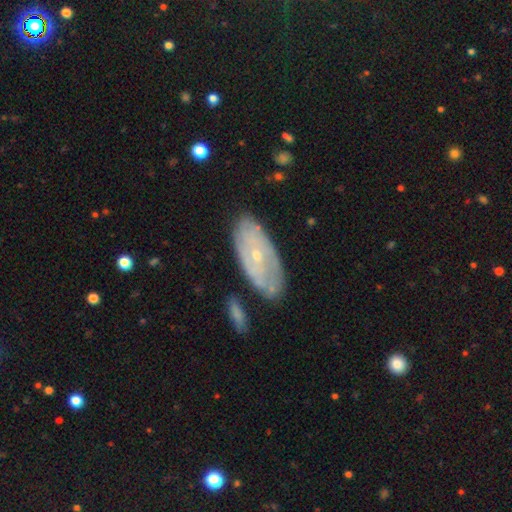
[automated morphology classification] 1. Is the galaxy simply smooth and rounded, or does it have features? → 69% featured or disk, 25% smooth, 6% star or artifact.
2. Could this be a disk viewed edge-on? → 89% no, 11% yes.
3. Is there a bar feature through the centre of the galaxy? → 76% no, 19% weak, 5% strong.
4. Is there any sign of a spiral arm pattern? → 67% yes, 33% no.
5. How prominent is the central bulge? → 72% small, 25% moderate, 1% none, 1% large, 1% dominant.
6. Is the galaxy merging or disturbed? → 69% none, 21% minor disturbance, 5% major disturbance, 5% merger.